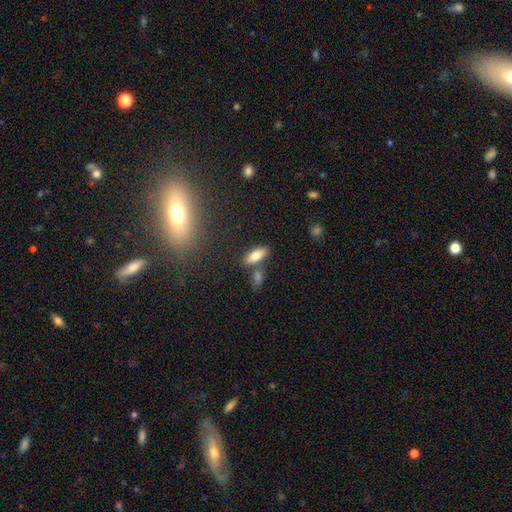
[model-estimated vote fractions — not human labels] A smooth galaxy with no disk features (76%) that is in between round and cigar-shaped (78%).

Vote fractions:
- Smooth or featured? smooth: 76% / featured or disk: 16% / star or artifact: 8%
- How rounded? in between: 78% / cigar-shaped: 20% / round: 3%
- Merging? none: 70% / merger: 14% / minor disturbance: 12% / major disturbance: 3%